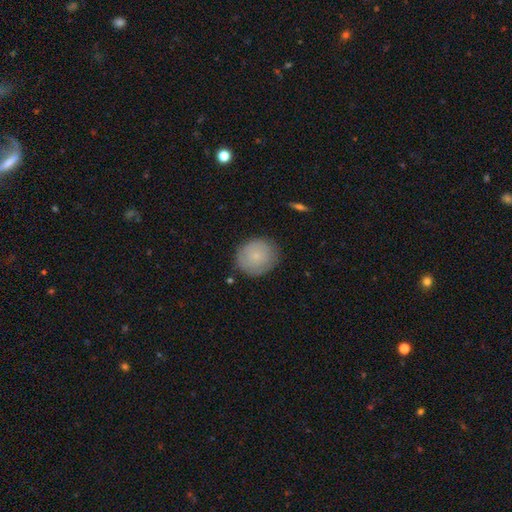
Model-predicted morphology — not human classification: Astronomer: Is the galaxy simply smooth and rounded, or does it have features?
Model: smooth — 77%.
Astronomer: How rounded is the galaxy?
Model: round — 80%.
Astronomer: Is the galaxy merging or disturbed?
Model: none — 82%.